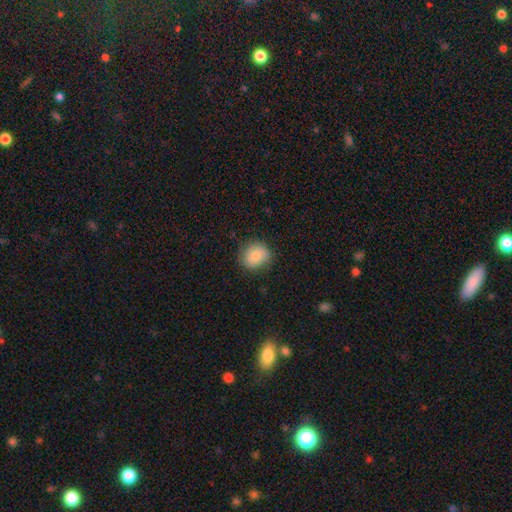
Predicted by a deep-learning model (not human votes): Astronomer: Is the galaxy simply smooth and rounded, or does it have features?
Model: smooth — 80%.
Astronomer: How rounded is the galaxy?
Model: round — 74%.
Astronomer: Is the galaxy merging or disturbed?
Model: none — 81%.